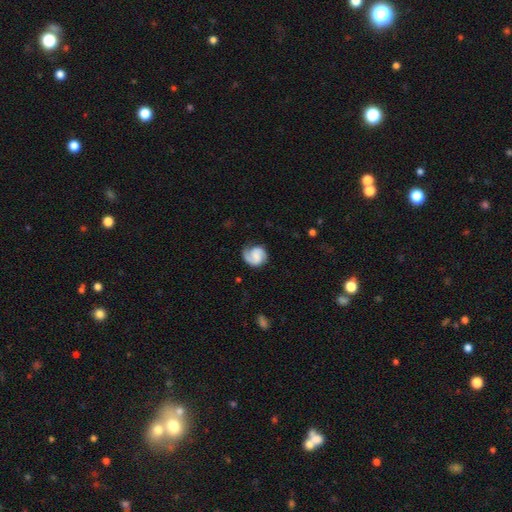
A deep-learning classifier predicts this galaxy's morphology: Smooth or featured?
  - featured or disk: 61% *
  - smooth: 32%
  - star or artifact: 7%
Edge-on disk?
  - no: 98% *
  - yes: 2%
Bar?
  - no: 52% *
  - weak: 39%
  - strong: 9%
Spiral arms?
  - yes: 94% *
  - no: 6%
Spiral winding?
  - medium: 41% *
  - tight: 38%
  - loose: 21%
Spiral arm count?
  - 2: 58% *
  - 1: 32%
  - can't tell: 7%
  - 3: 2%
  - 4: 1%
  - more than 4: 1%
Bulge size?
  - none: 38% *
  - small: 32%
  - moderate: 20%
  - large: 8%
  - dominant: 2%
Merging?
  - none: 65% *
  - minor disturbance: 22%
  - major disturbance: 11%
  - merger: 2%